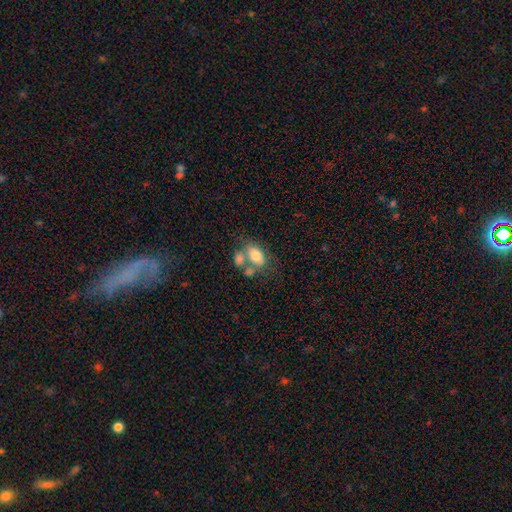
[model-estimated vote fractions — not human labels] Smooth or featured? smooth (73%)
How rounded? in between (86%)
Merging? merger (40%)